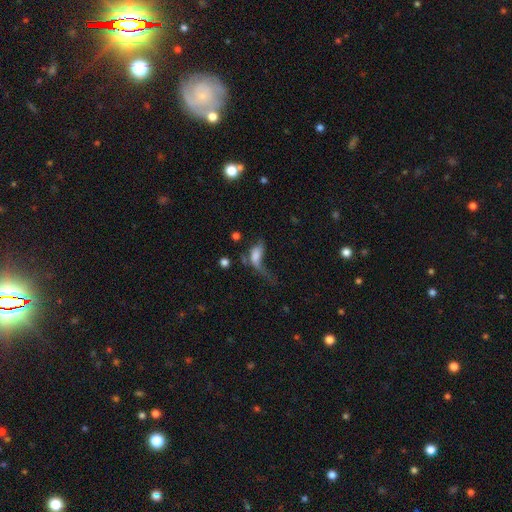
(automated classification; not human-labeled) Morphology: type=smooth (54%); roundness=in between (77%); merging=major disturbance (54%).